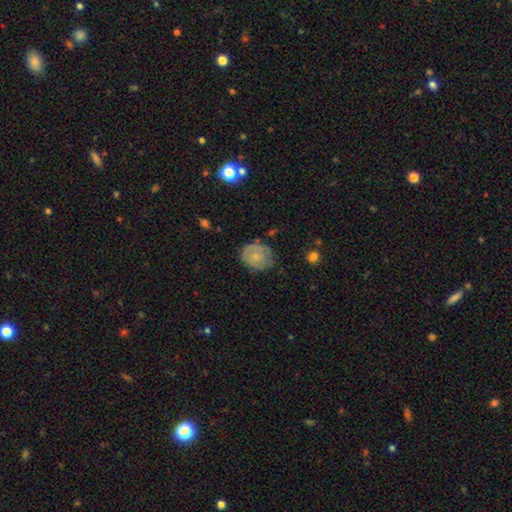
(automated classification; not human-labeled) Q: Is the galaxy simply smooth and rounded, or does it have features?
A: smooth — 59%.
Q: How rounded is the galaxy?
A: round — 66%.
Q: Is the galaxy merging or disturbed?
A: none — 64%.